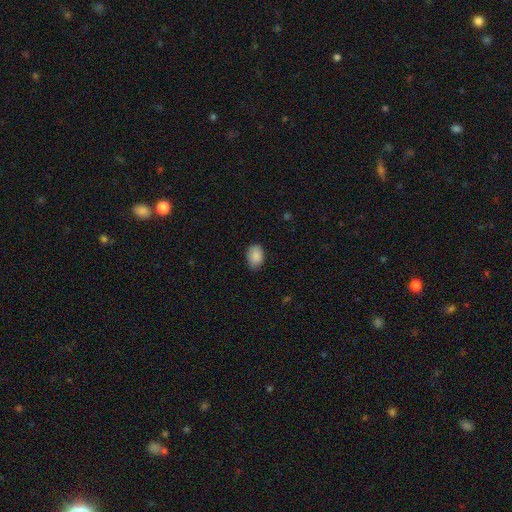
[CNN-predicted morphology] smooth_or_featured: smooth (p=0.88) [alt: star or artifact p=0.07]
how_rounded: in between (p=0.72) [alt: round p=0.27]
merging: none (p=0.77) [alt: minor disturbance p=0.19]